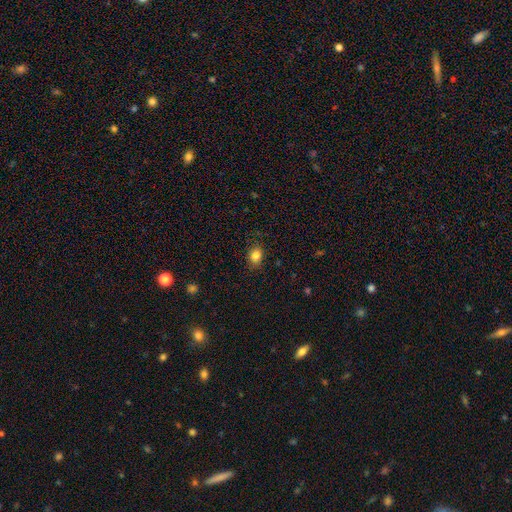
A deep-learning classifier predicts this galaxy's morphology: Smooth or featured? Predicted: smooth (p=0.84). How rounded? Predicted: in between (p=0.64). Merging? Predicted: none (p=0.85).